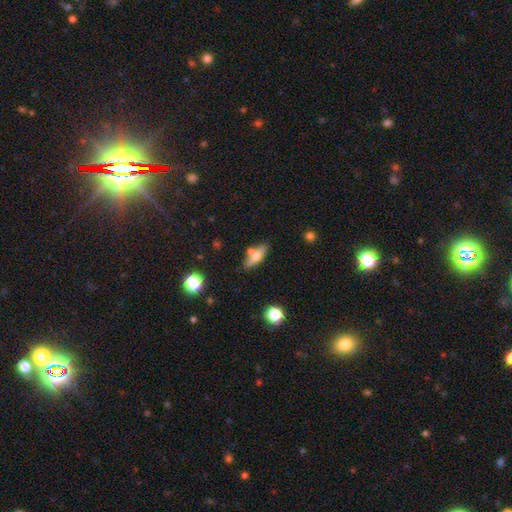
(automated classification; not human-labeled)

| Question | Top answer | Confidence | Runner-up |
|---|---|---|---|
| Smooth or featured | smooth | 56% | featured or disk (36%) |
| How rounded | in between | 56% | cigar-shaped (40%) |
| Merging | none | 66% | merger (16%) |